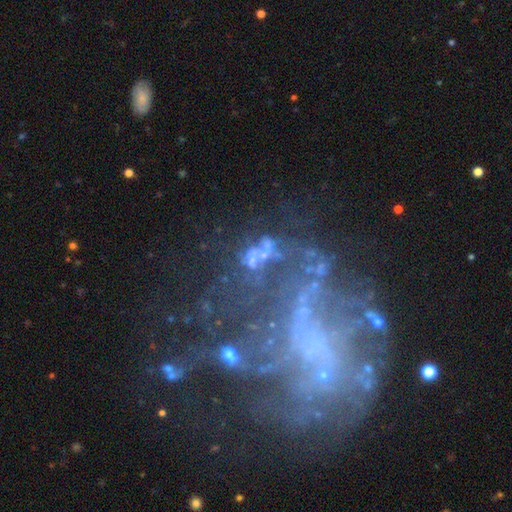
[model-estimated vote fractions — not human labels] Smooth or featured?
  - featured or disk: 50% *
  - star or artifact: 32%
  - smooth: 18%
Merging?
  - none: 37% *
  - major disturbance: 27%
  - merger: 21%
  - minor disturbance: 15%